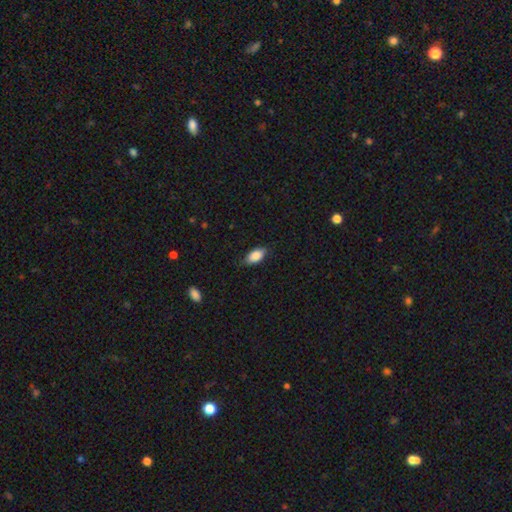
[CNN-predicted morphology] This is clearly a smooth galaxy (86%). How rounded: clearly in between (91%). Merging: likely none (79%).